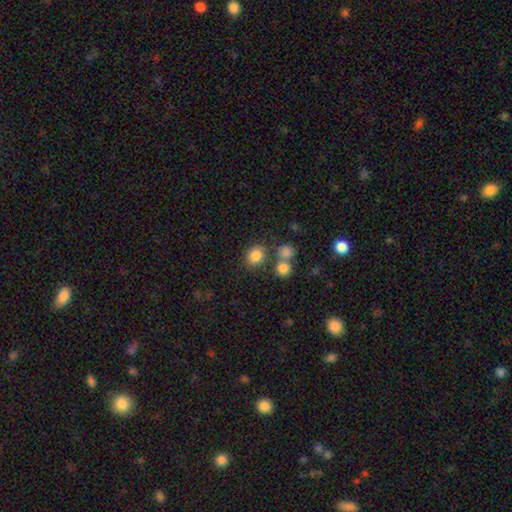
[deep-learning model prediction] smooth 82%, star or artifact 11%, featured or disk 6%. Down the decision tree: how rounded — round (67%); merging — none (67%).